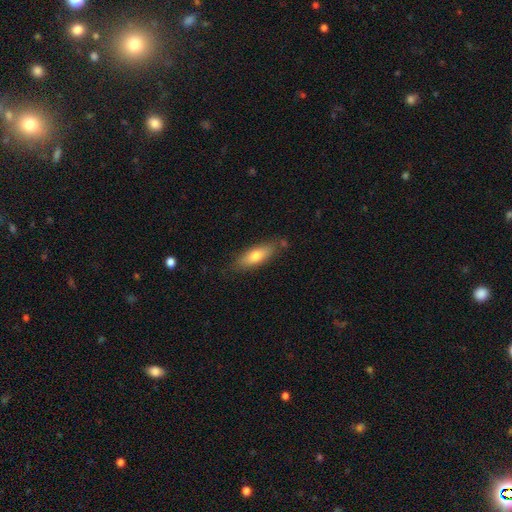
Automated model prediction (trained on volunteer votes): A smooth galaxy with no disk features (71%) that is in between round and cigar-shaped (59%). Merging: none (78%).